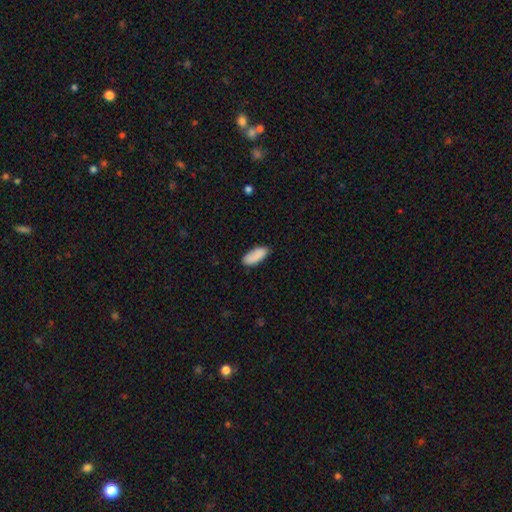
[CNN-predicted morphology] Smooth or featured? smooth (88%)
How rounded? in between (81%)
Merging? none (83%)